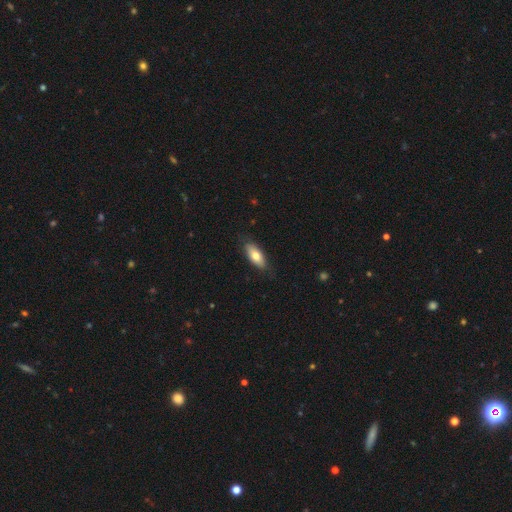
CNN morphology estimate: A smooth galaxy with no disk features (74%) that is in between round and cigar-shaped (83%).

Vote fractions:
- Smooth or featured? smooth: 74% / featured or disk: 20% / star or artifact: 6%
- How rounded? in between: 83% / cigar-shaped: 15% / round: 3%
- Merging? none: 83% / minor disturbance: 13% / major disturbance: 2% / merger: 1%